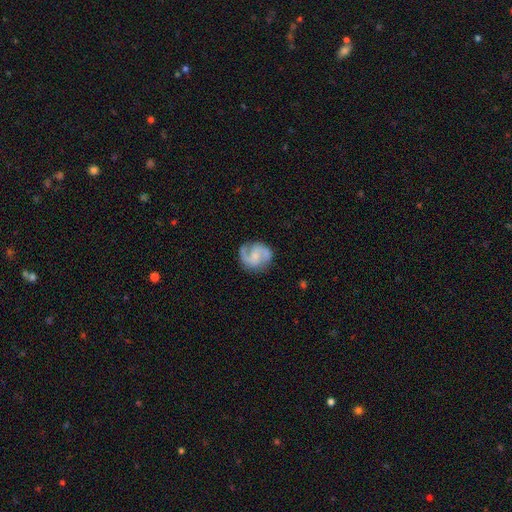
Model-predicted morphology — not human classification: The model was most divided on "bar": no: 50%, weak: 42%, strong: 9%. Remaining: edge-on disk — no (98%); spiral arms — yes (96%); spiral arm count — 2 (88%); smooth or featured — featured or disk (82%); merging — none (76%); spiral winding — medium (54%); bulge size — small (44%).